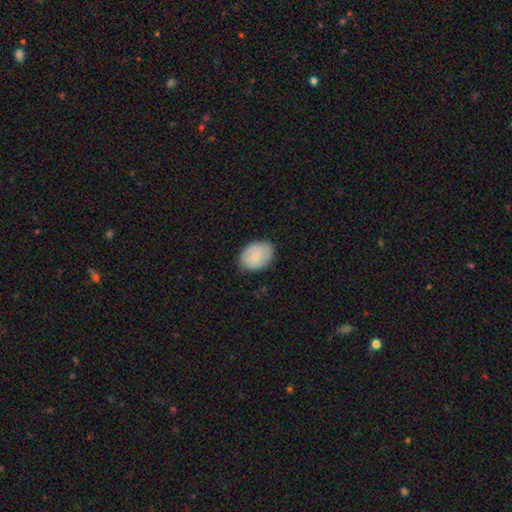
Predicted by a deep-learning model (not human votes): smooth_or_featured: smooth (p=0.69) [alt: featured or disk p=0.24]
how_rounded: in between (p=0.70) [alt: round p=0.29]
merging: none (p=0.77) [alt: minor disturbance p=0.19]